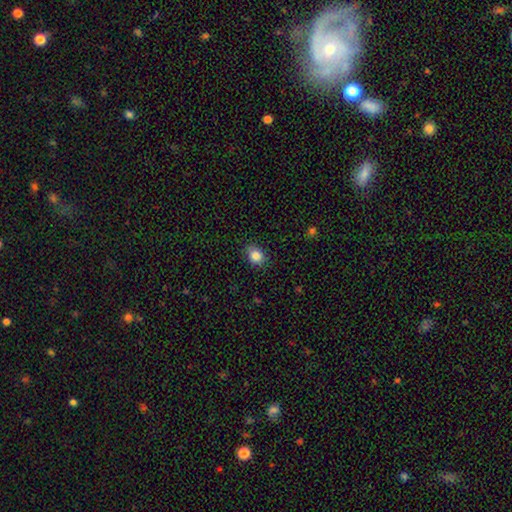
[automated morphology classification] smooth-or-featured: smooth: 85% | star or artifact: 10% | featured or disk: 6%
  how-rounded: in between: 51% | round: 48% | cigar-shaped: 1%
  merging: none: 85% | minor disturbance: 11% | major disturbance: 3% | merger: 1%